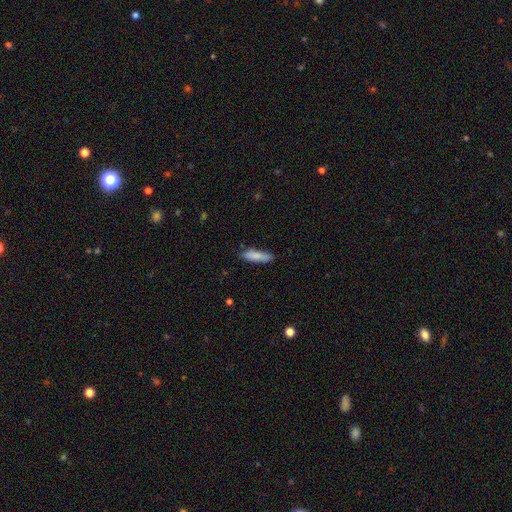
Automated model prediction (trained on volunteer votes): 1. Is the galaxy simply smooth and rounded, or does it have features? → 84% smooth, 10% featured or disk, 6% star or artifact.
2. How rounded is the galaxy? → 64% cigar-shaped, 35% in between, 2% round.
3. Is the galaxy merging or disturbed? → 83% none, 14% minor disturbance, 2% major disturbance, 1% merger.